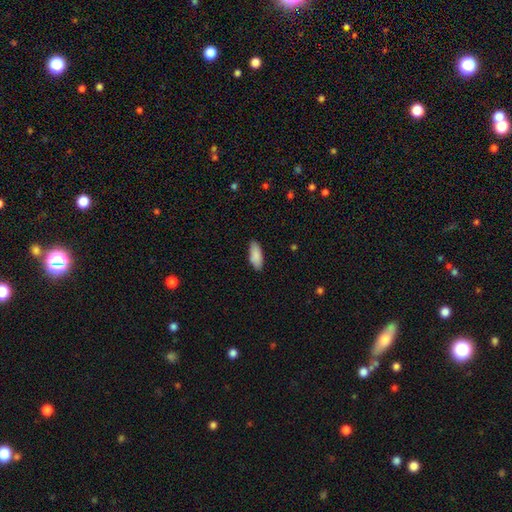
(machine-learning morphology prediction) type=smooth (89%); roundness=in between (78%); merging=none (86%).